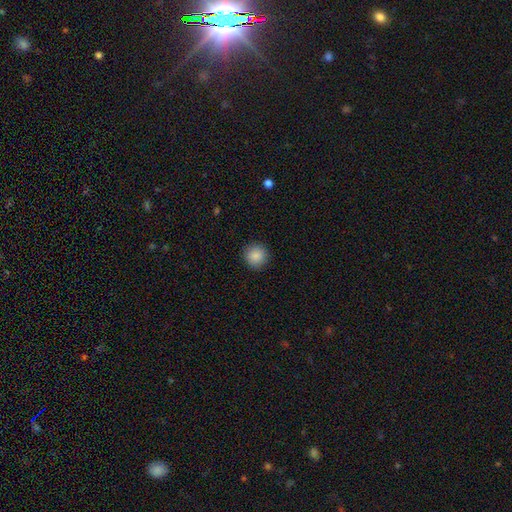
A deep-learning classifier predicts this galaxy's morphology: Smooth or featured? smooth (88%)
How rounded? round (94%)
Merging? none (91%)